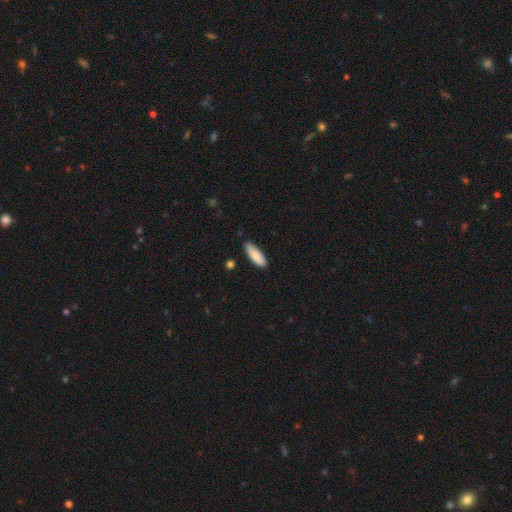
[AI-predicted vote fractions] Smooth or featured: smooth — 87% (featured or disk — 8%)
How rounded: in between — 62% (cigar-shaped — 37%)
Merging: none — 84% (minor disturbance — 12%)